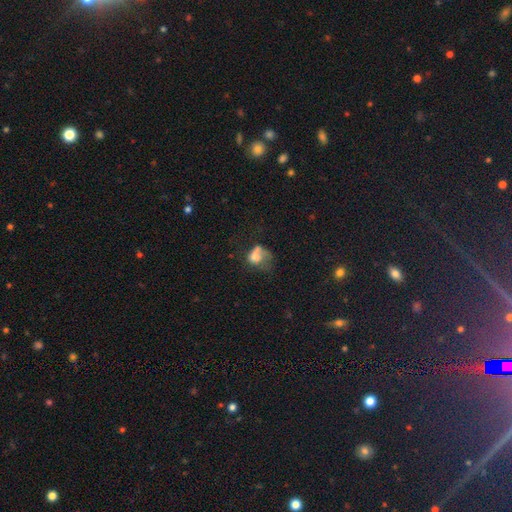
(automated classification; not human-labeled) A smooth galaxy with no disk features (58%) that is in between round and cigar-shaped (66%). Merging: major disturbance (50%).